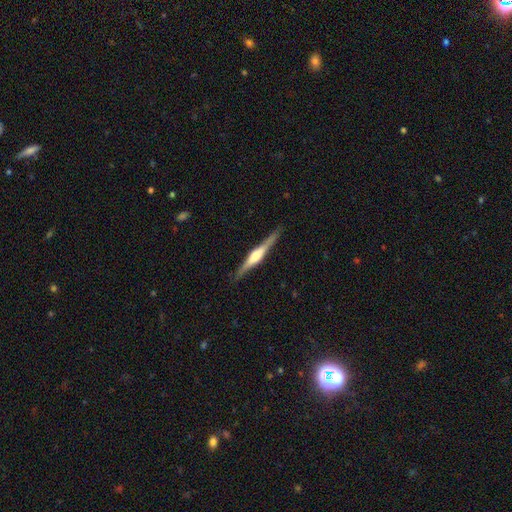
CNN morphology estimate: Smooth or featured: featured or disk — 78% (smooth — 18%)
Edge-on disk: yes — 98% (no — 2%)
Edge-on bulge: rounded — 78% (boxy — 17%)
Merging: none — 89% (minor disturbance — 8%)